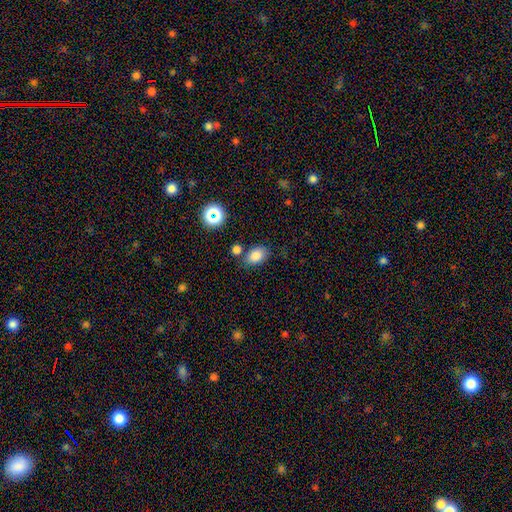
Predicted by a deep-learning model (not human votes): Smooth or featured? Predicted: smooth (p=0.82). How rounded? Predicted: in between (p=0.81). Merging? Predicted: none (p=0.71).